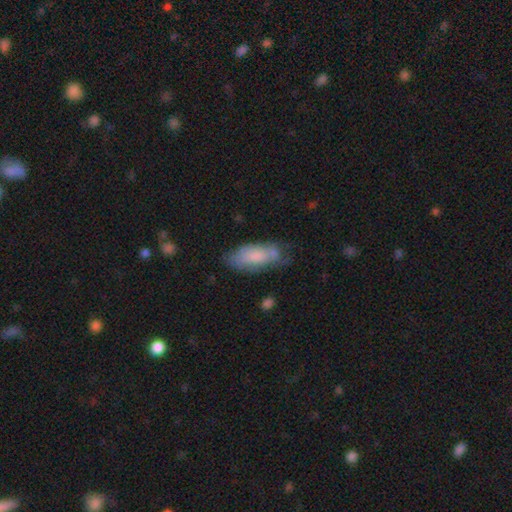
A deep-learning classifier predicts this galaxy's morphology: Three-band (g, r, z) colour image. It shows a smooth galaxy with no disk features (75%) that is in between round and cigar-shaped (80%). Merging: none (54%).